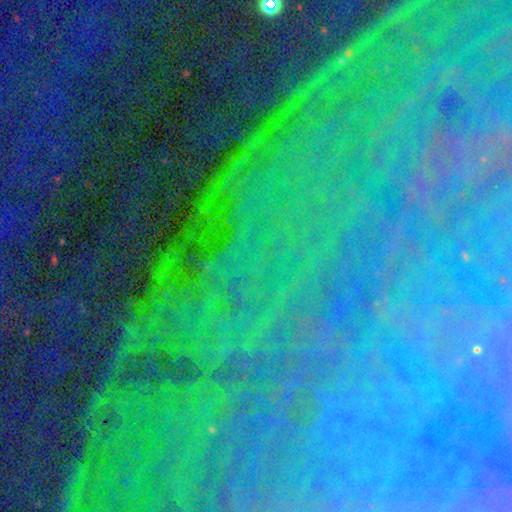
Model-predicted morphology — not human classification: smooth-or-featured: star or artifact: 78% | featured or disk: 13% | smooth: 10%